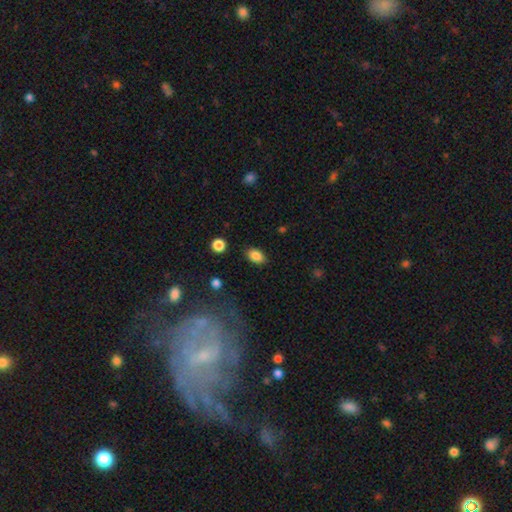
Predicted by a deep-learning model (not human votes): This is clearly a smooth galaxy (86%). How rounded: clearly in between (87%). Merging: clearly none (84%).